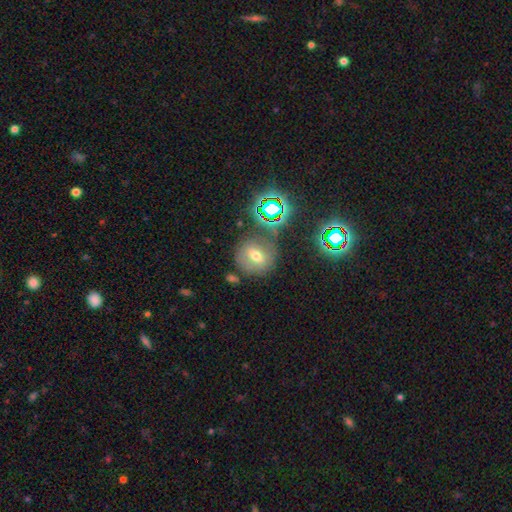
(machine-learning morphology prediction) smooth-or-featured: smooth: 37% | star or artifact: 33% | featured or disk: 29%
  merging: none: 73% | minor disturbance: 14% | merger: 8% | major disturbance: 6%